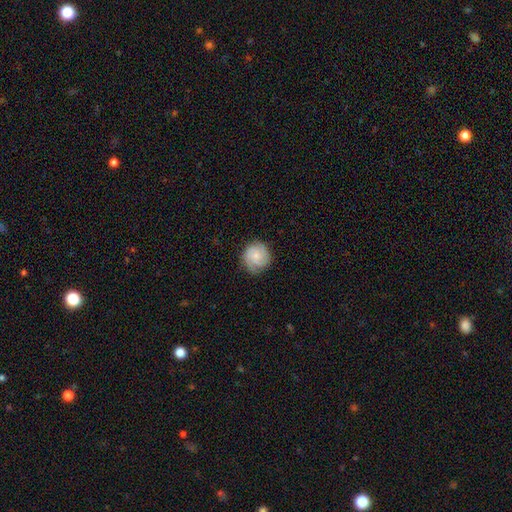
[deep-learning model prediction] Smooth or featured? Predicted: featured or disk (p=0.58). Edge-on disk? Predicted: no (p=0.98). Bar? Predicted: no (p=0.75). Spiral arms? Predicted: yes (p=0.94). Spiral winding? Predicted: tight (p=0.63). Spiral arm count? Predicted: 3 (p=0.36). Bulge size? Predicted: small (p=0.63). Merging? Predicted: none (p=0.81).